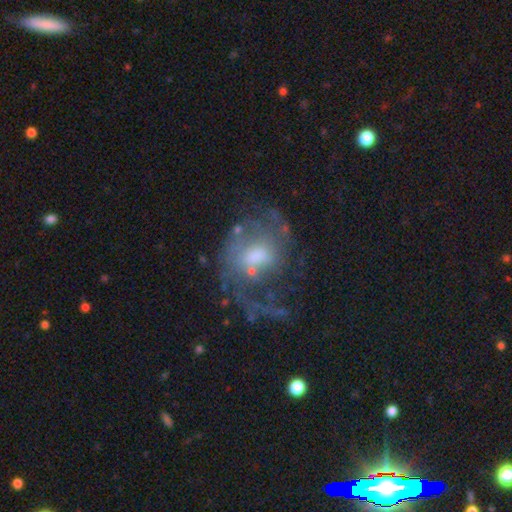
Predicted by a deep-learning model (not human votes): Smooth or featured? featured or disk (71%)
Edge-on disk? no (97%)
Bar? no (50%)
Spiral arms? yes (77%)
Spiral winding? loose (42%)
Spiral arm count? 2 (47%)
Bulge size? moderate (50%)
Merging? none (43%)